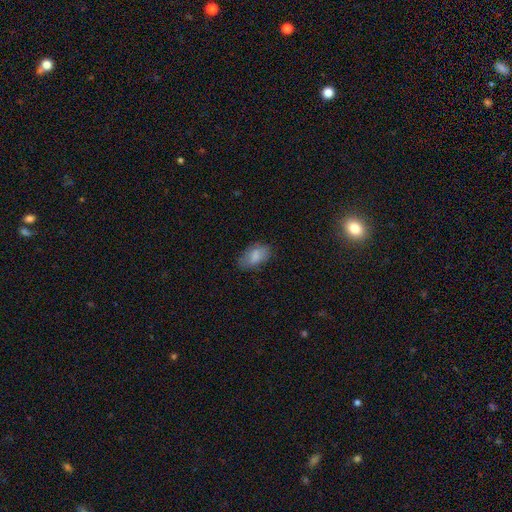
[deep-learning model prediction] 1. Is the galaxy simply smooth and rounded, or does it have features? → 80% smooth, 13% featured or disk, 8% star or artifact.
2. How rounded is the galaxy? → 92% in between, 5% round, 3% cigar-shaped.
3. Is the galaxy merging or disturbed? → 70% none, 22% minor disturbance, 7% major disturbance, 1% merger.